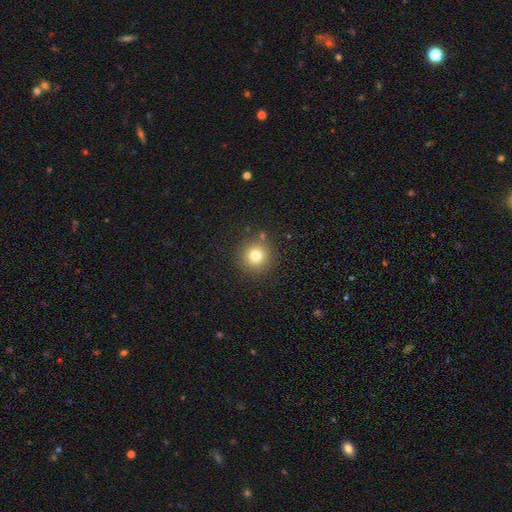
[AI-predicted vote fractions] Q: Smooth or featured?
A: smooth (79%); runner-up: star or artifact (13%)
Q: How rounded?
A: round (95%); runner-up: in between (4%)
Q: Merging?
A: none (86%); runner-up: minor disturbance (8%)